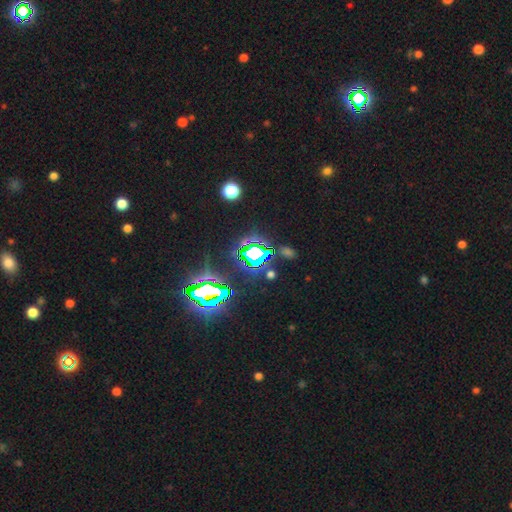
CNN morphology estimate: Overall: star or artifact (71%).